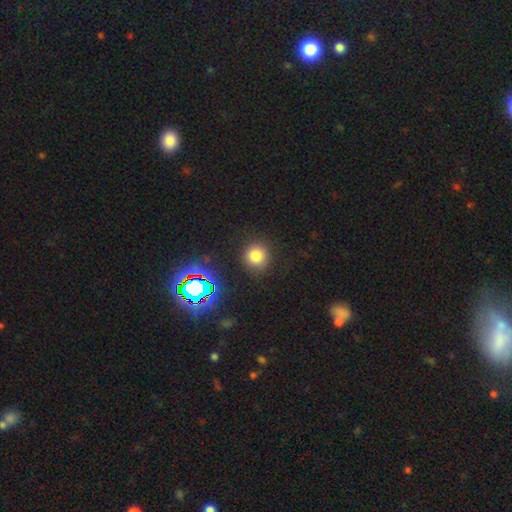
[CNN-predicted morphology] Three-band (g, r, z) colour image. It shows a smooth galaxy with no disk features (75%) that is round (92%). Merging: none (87%).